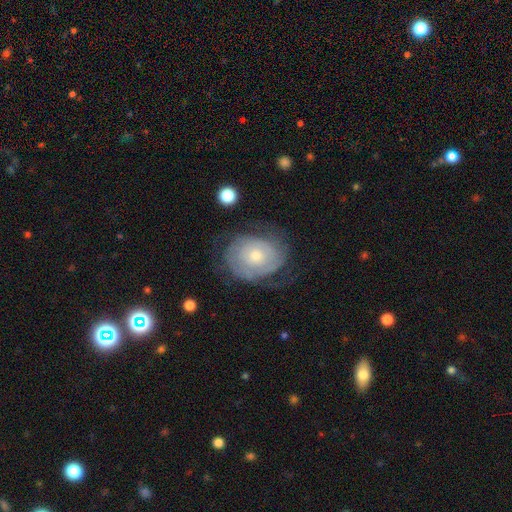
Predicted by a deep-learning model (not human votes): featured or disk 71%, smooth 22%, star or artifact 7%. Down the decision tree: edge-on disk — no (97%); bar — no (83%); spiral arms — yes (81%); spiral arm count — can't tell (47%); spiral winding — tight (71%); bulge size — small (50%); merging — none (64%).